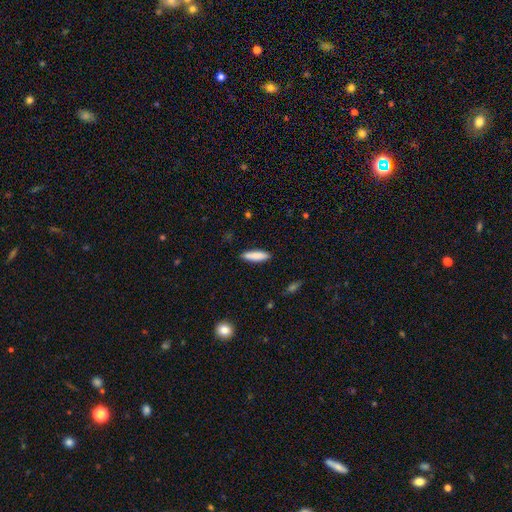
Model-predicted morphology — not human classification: This appears to be a smooth galaxy with no disk features (86%) that is cigar-shaped (69%). Merging: none (88%).